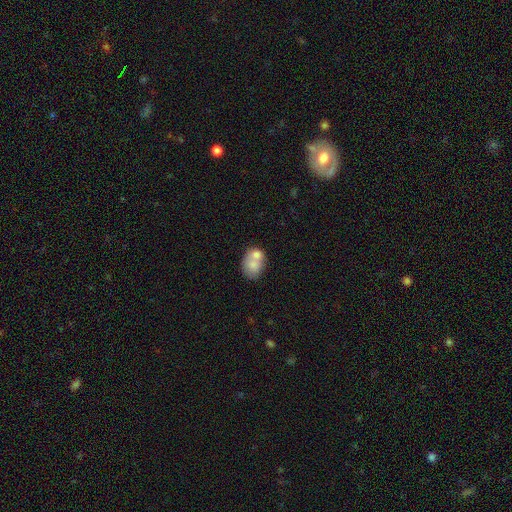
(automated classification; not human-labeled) smooth_or_featured: smooth (p=0.72) [alt: featured or disk p=0.20]
how_rounded: in between (p=0.58) [alt: round p=0.41]
merging: merger (p=0.51) [alt: none p=0.31]